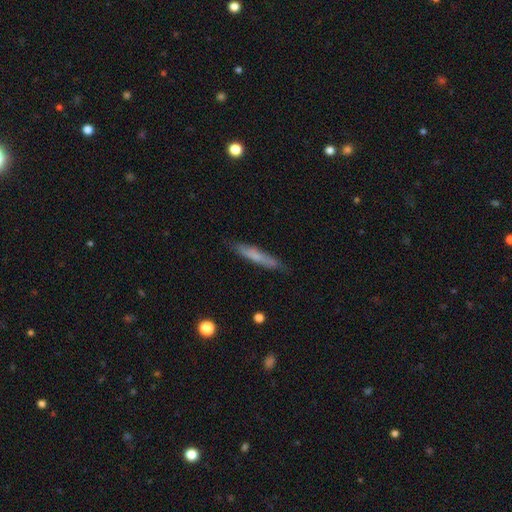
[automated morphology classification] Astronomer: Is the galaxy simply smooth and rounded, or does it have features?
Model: smooth — 63%.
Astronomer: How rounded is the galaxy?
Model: cigar-shaped — 93%.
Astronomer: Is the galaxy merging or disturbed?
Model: none — 84%.